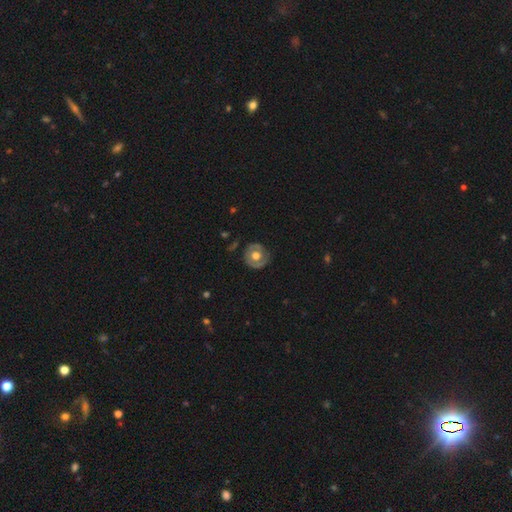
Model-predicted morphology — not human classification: Q: Smooth or featured?
A: featured or disk (54%); runner-up: smooth (41%)
Q: Edge-on disk?
A: no (96%); runner-up: yes (4%)
Q: Bar?
A: no (83%); runner-up: weak (14%)
Q: Spiral arms?
A: no (64%); runner-up: yes (36%)
Q: Bulge size?
A: moderate (53%); runner-up: large (40%)
Q: Merging?
A: none (79%); runner-up: minor disturbance (15%)